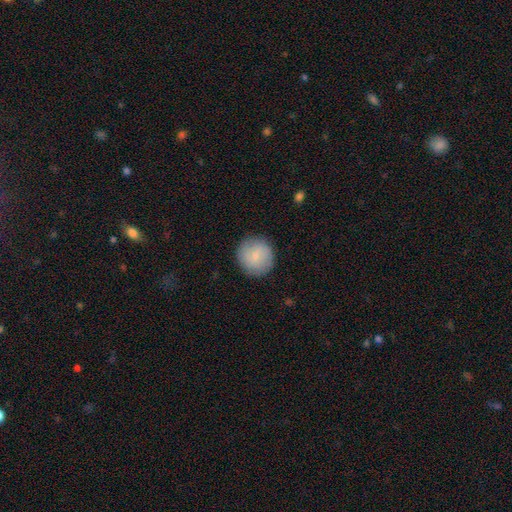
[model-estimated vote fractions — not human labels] Smooth or featured? smooth (74%)
How rounded? round (92%)
Merging? none (87%)